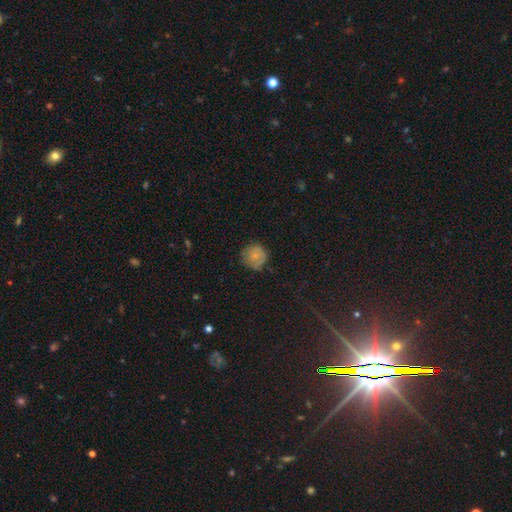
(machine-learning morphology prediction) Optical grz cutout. It shows a smooth galaxy with no disk features (67%) that is round (89%). Merging: none (68%).